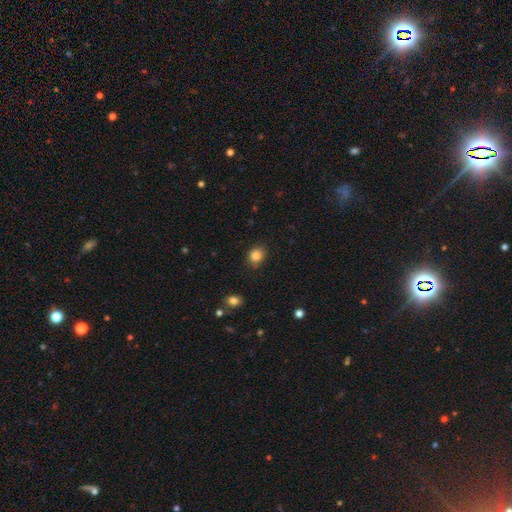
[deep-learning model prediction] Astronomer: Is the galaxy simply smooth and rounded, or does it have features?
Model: smooth — 85%.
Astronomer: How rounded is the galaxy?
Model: round — 70%.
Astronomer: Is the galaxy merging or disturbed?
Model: none — 84%.